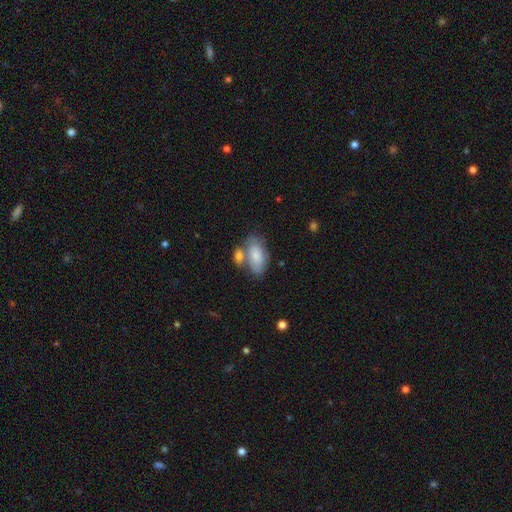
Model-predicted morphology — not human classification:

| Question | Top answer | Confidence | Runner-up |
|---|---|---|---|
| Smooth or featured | smooth | 77% | featured or disk (17%) |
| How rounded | in between | 92% | round (5%) |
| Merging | none | 41% | merger (37%) |